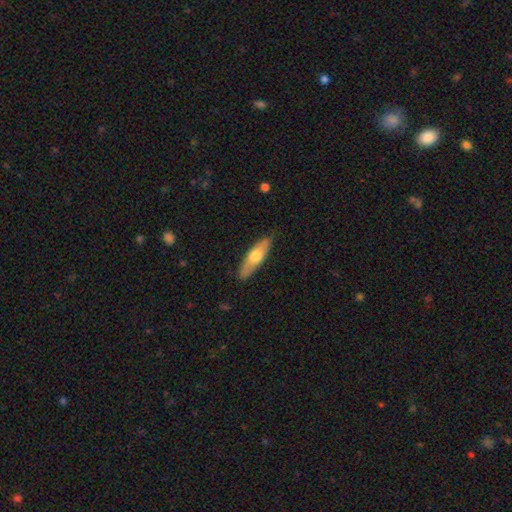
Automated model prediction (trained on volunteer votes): Morphology: type=smooth (60%); roundness=cigar-shaped (52%); merging=none (83%).